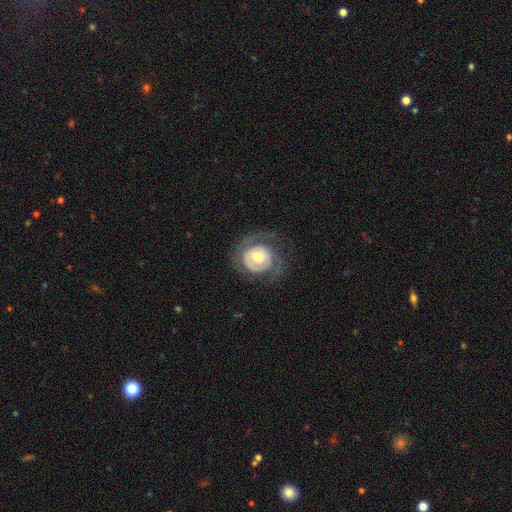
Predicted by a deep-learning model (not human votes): smooth_or_featured: featured or disk (p=0.68) [alt: smooth p=0.26]
disk_edge_on: no (p=0.97) [alt: yes p=0.03]
bar: no (p=0.57) [alt: weak p=0.34]
has_spiral_arms: yes (p=0.72) [alt: no p=0.28]
bulge_size: moderate (p=0.58) [alt: small p=0.21]
merging: none (p=0.57) [alt: major disturbance p=0.22]